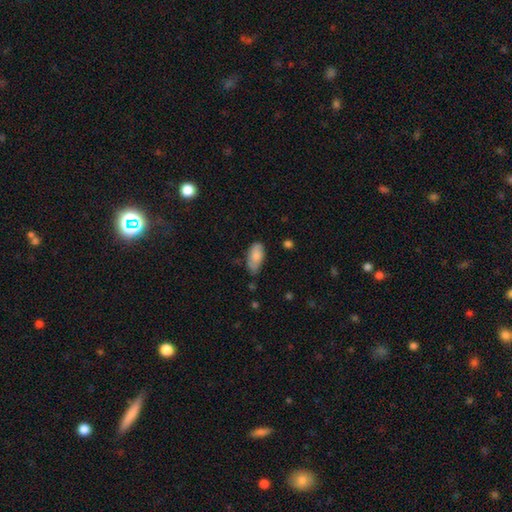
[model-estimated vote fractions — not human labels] A smooth galaxy with no disk features (77%) that is in between round and cigar-shaped (91%). Merging: none (55%).